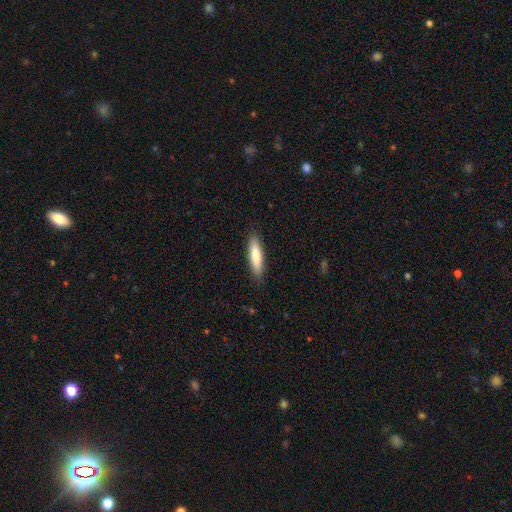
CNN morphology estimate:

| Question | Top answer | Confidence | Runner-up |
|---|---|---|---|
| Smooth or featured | smooth | 78% | featured or disk (17%) |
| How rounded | cigar-shaped | 76% | in between (23%) |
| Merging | none | 88% | minor disturbance (9%) |